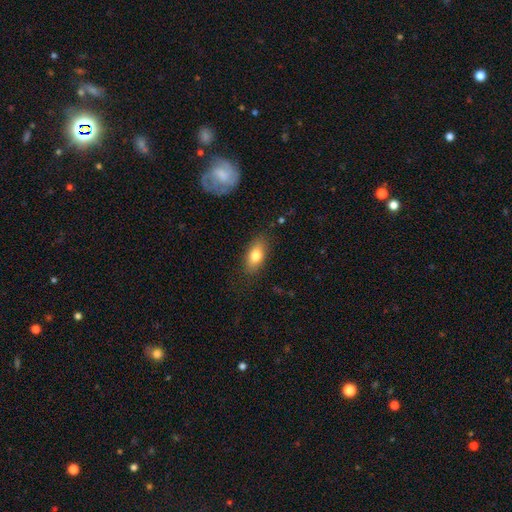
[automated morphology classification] type=smooth (78%); roundness=in between (86%); merging=none (82%).